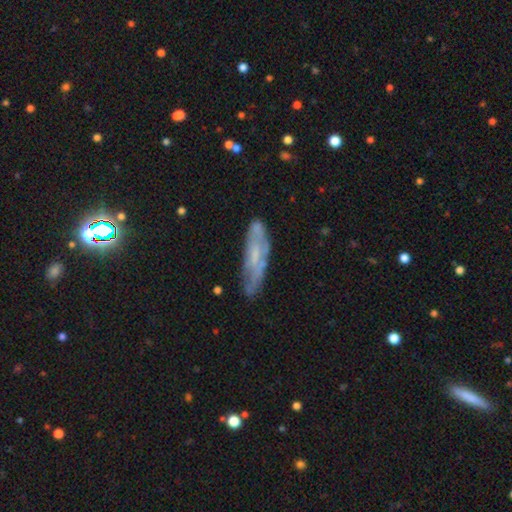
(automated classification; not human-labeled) A featured or disk galaxy (53%). Merging: none (59%).